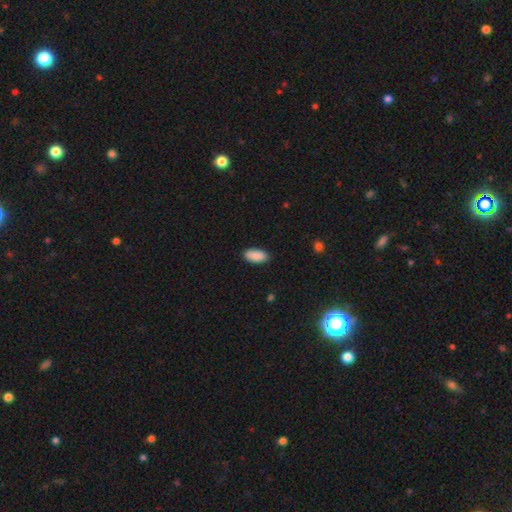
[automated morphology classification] smooth_or_featured: smooth (p=0.90) [alt: star or artifact p=0.06]
how_rounded: in between (p=0.94) [alt: cigar-shaped p=0.04]
merging: none (p=0.87) [alt: minor disturbance p=0.10]